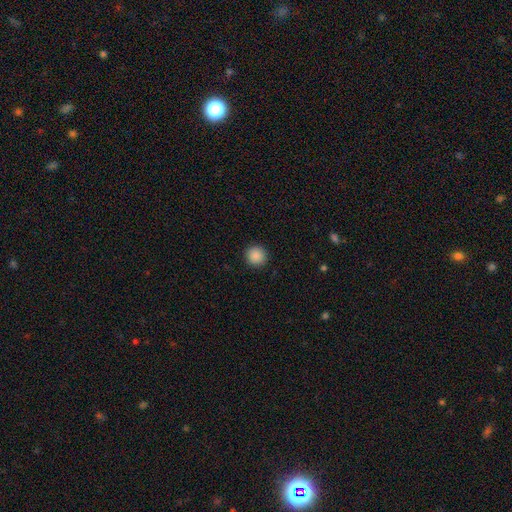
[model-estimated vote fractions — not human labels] smooth-or-featured: smooth: 88% | star or artifact: 9% | featured or disk: 2%
  how-rounded: round: 94% | in between: 5% | cigar-shaped: 1%
  merging: none: 92% | minor disturbance: 5% | major disturbance: 2% | merger: 1%